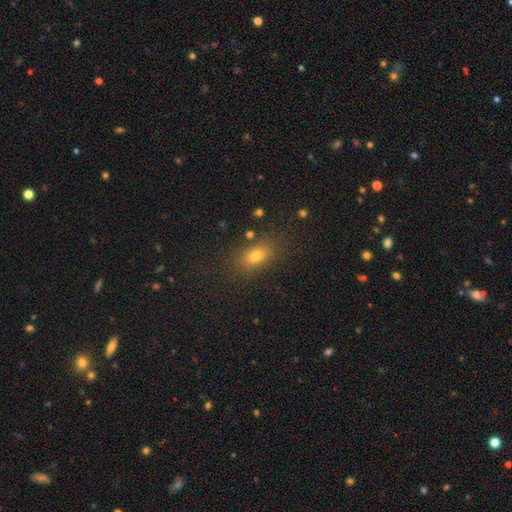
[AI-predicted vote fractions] Smooth or featured? Predicted: smooth (p=0.75). How rounded? Predicted: in between (p=0.77). Merging? Predicted: none (p=0.80).